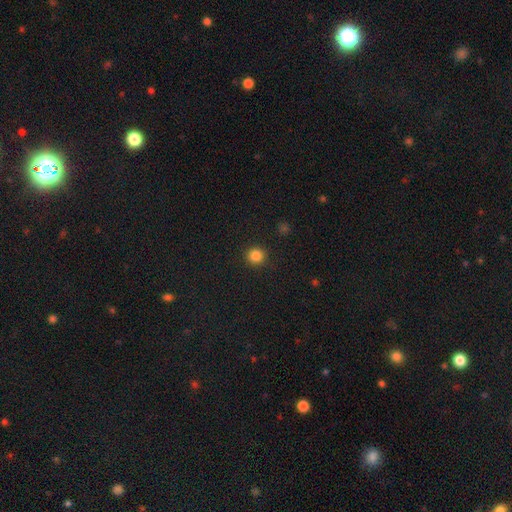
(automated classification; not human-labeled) smooth 85%, star or artifact 12%, featured or disk 4%. Down the decision tree: how rounded — round (92%); merging — none (91%).